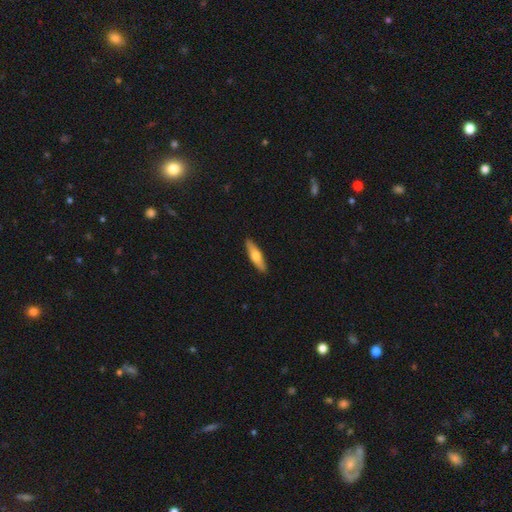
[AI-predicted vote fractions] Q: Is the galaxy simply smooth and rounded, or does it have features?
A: smooth — 58%.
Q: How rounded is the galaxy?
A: cigar-shaped — 71%.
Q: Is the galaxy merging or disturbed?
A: none — 90%.